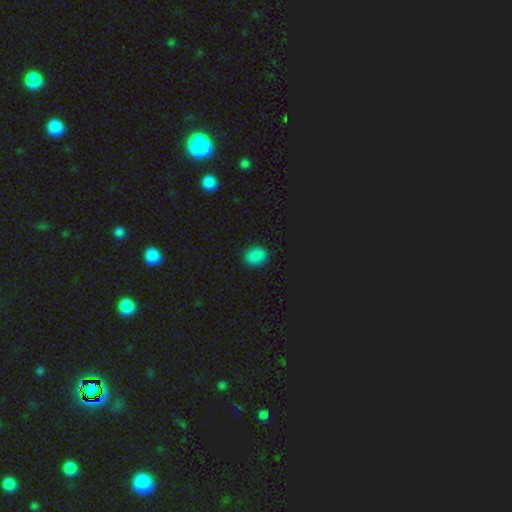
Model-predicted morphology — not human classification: A smooth galaxy with no disk features (85%) that is in between round and cigar-shaped (51%). Merging: none (89%).